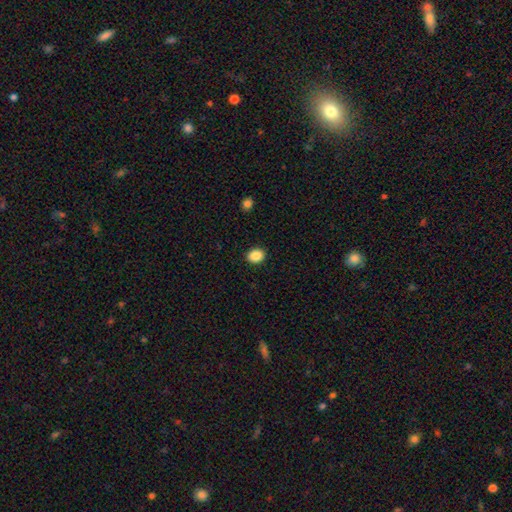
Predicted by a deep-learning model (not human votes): Morphology: type=smooth (88%); roundness=in between (50%); merging=none (91%).